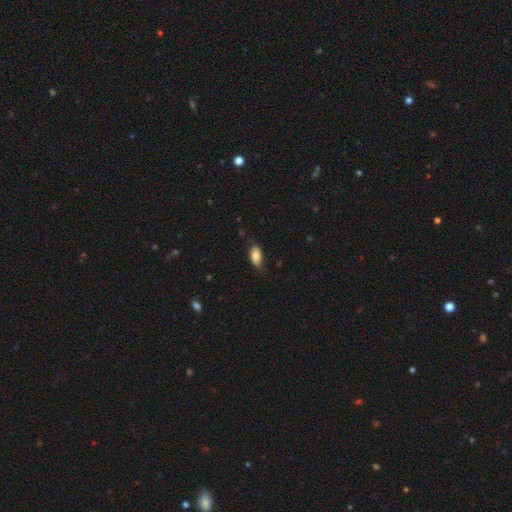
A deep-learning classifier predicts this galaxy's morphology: Smooth or featured?
  - smooth: 83% *
  - featured or disk: 10%
  - star or artifact: 7%
How rounded?
  - in between: 91% *
  - cigar-shaped: 5%
  - round: 3%
Merging?
  - none: 77% *
  - minor disturbance: 19%
  - major disturbance: 3%
  - merger: 1%